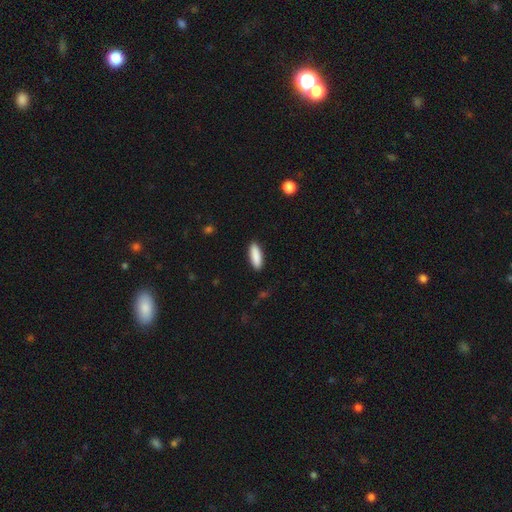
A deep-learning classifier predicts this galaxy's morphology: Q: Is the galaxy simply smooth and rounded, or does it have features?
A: smooth — 89%.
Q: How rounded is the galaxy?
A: in between — 51%.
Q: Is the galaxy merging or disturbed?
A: none — 90%.